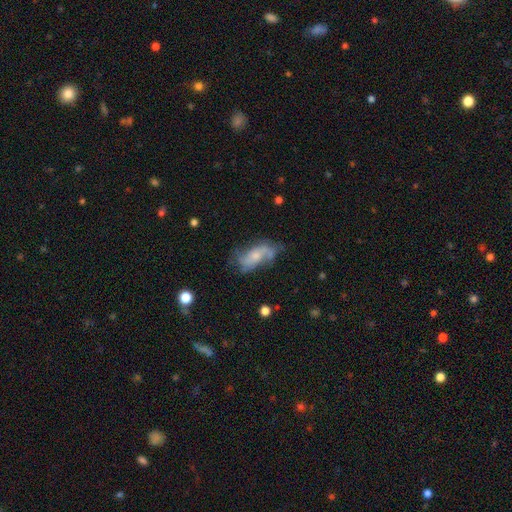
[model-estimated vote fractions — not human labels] This appears to be a featured or disk galaxy (60%) with no bar (67%), spiral arms (79%) and a small central bulge (45%). Merging: none (47%).